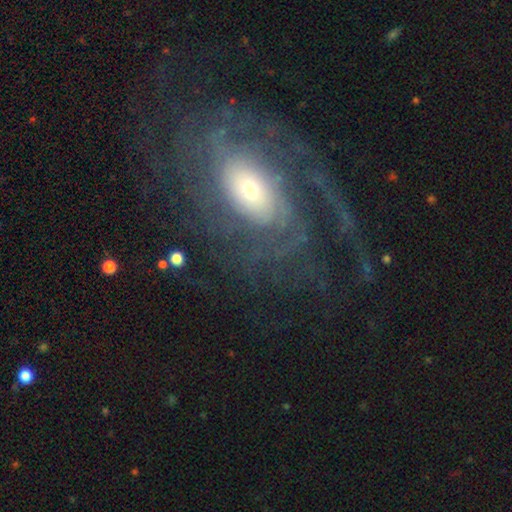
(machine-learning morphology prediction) A featured or disk galaxy (84%) with no bar (69%), tight (56%) spiral arms (94%) and a small central bulge (50%).

Vote fractions:
- Smooth or featured? featured or disk: 84% / smooth: 8% / star or artifact: 7%
- Edge-on disk? no: 95% / yes: 5%
- Bar? no: 69% / weak: 21% / strong: 10%
- Spiral arms? yes: 94% / no: 6%
- Spiral winding? tight: 56% / medium: 30% / loose: 14%
- Spiral arm count? can't tell: 35% / 2: 19% / 3: 14% / 4: 13% / more than 4: 11% / 1: 8%
- Bulge size? small: 50% / moderate: 37% / large: 10% / dominant: 2% / none: 1%
- Merging? none: 67% / major disturbance: 17% / minor disturbance: 14% / merger: 2%